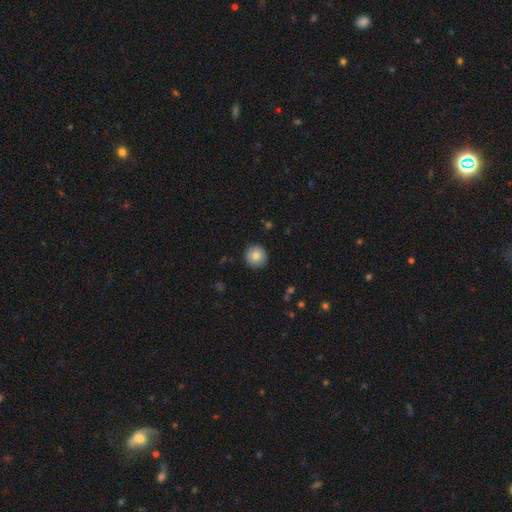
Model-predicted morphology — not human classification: The model was most divided on "smooth or featured": smooth: 82%, featured or disk: 10%, star or artifact: 8%. More confident: how rounded — round (95%); merging — none (91%).